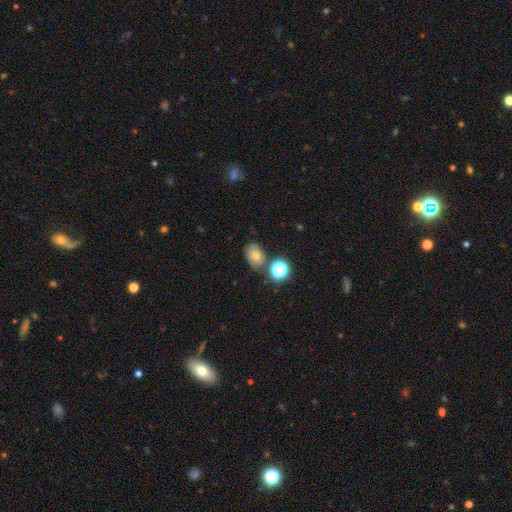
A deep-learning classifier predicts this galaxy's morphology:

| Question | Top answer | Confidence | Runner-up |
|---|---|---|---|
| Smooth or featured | smooth | 61% | star or artifact (23%) |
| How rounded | in between | 60% | round (39%) |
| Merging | none | 73% | minor disturbance (13%) |